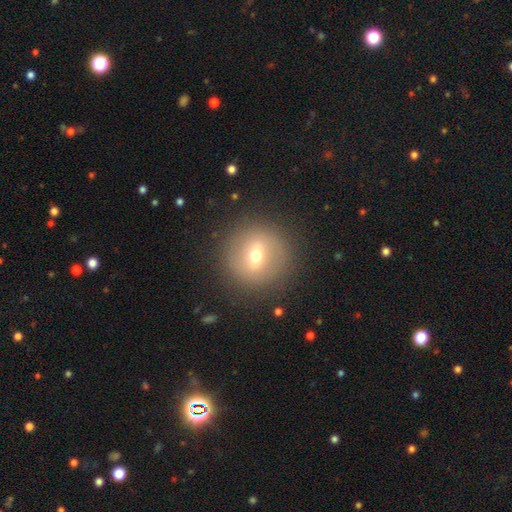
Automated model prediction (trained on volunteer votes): The model was most divided on "smooth or featured": smooth: 55%, featured or disk: 33%, star or artifact: 13%. More confident: how rounded — round (94%); merging — none (87%).